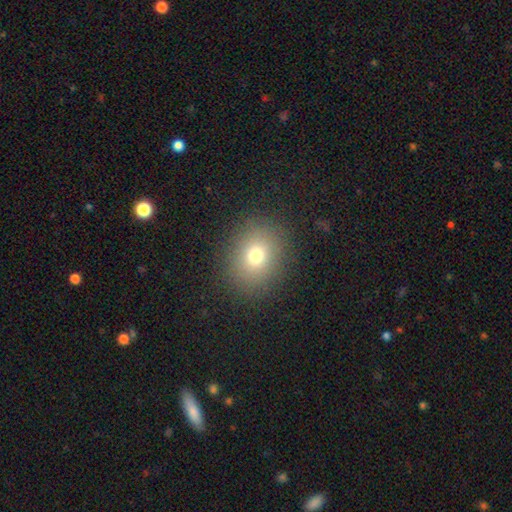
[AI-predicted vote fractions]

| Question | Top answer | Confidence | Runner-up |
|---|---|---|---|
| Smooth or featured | smooth | 75% | star or artifact (15%) |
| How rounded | round | 63% | in between (36%) |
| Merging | none | 88% | minor disturbance (8%) |